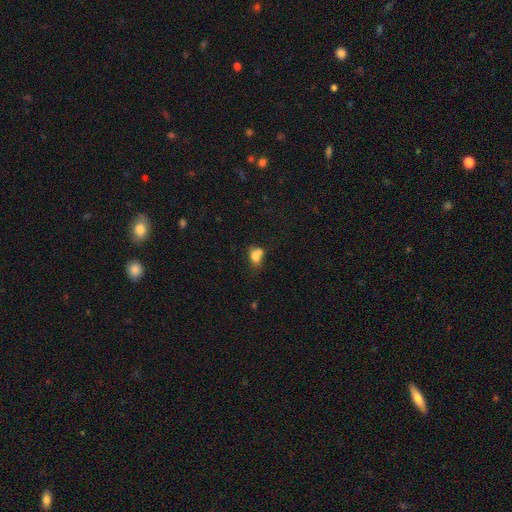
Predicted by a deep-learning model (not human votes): Q: Smooth or featured?
A: smooth (74%); runner-up: featured or disk (15%)
Q: How rounded?
A: in between (64%); runner-up: round (34%)
Q: Merging?
A: merger (51%); runner-up: none (28%)